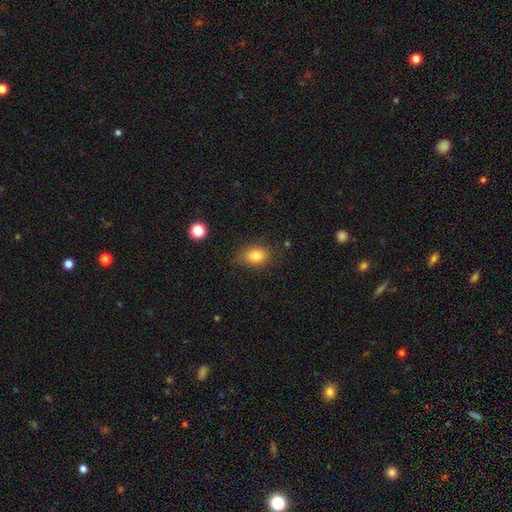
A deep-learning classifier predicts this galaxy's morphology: Overall: smooth (83%). How rounded: in between (74%). Merging: none (73%).